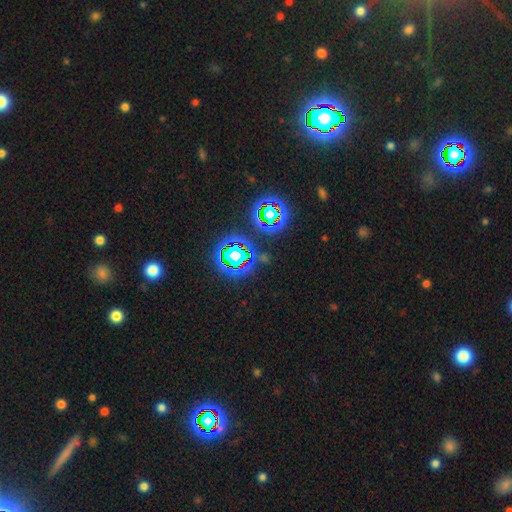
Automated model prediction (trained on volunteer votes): Smooth or featured: star or artifact — 77% (smooth — 15%)